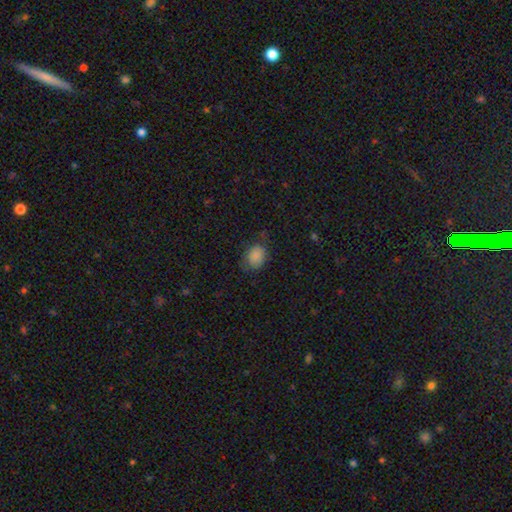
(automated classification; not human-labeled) Smooth or featured: smooth — 85% (star or artifact — 9%)
How rounded: in between — 63% (round — 36%)
Merging: none — 67% (minor disturbance — 24%)